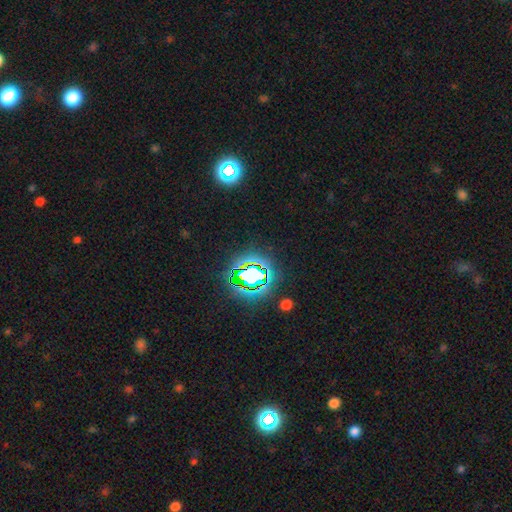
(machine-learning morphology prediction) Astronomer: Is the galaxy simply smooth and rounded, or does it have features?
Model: star or artifact — 79%.